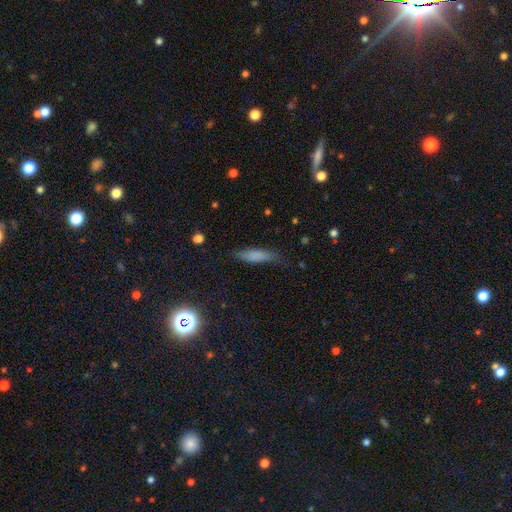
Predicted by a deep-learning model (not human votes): Smooth or featured?
  - smooth: 75% *
  - featured or disk: 16%
  - star or artifact: 9%
How rounded?
  - cigar-shaped: 65% *
  - in between: 32%
  - round: 2%
Merging?
  - none: 71% *
  - minor disturbance: 22%
  - major disturbance: 6%
  - merger: 2%